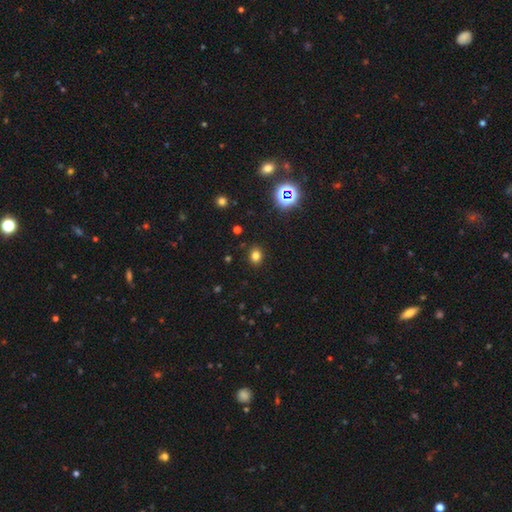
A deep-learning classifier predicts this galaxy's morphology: Smooth or featured? Predicted: smooth (p=0.77). How rounded? Predicted: round (p=0.61). Merging? Predicted: none (p=0.89).